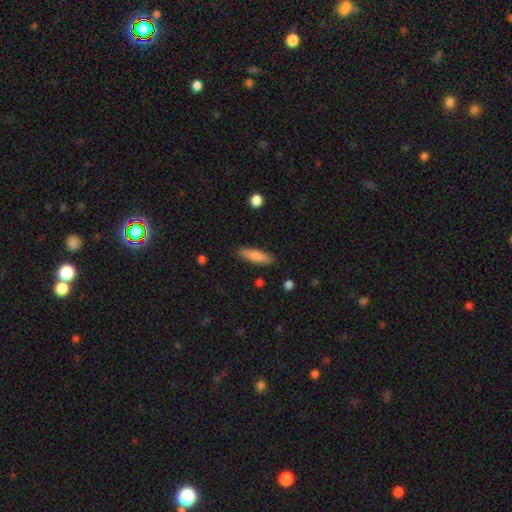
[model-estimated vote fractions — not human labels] A smooth galaxy with no disk features (84%) that is cigar-shaped (66%).

Vote fractions:
- Smooth or featured? smooth: 84% / featured or disk: 10% / star or artifact: 6%
- How rounded? cigar-shaped: 66% / in between: 32% / round: 2%
- Merging? none: 87% / minor disturbance: 9% / major disturbance: 2% / merger: 1%